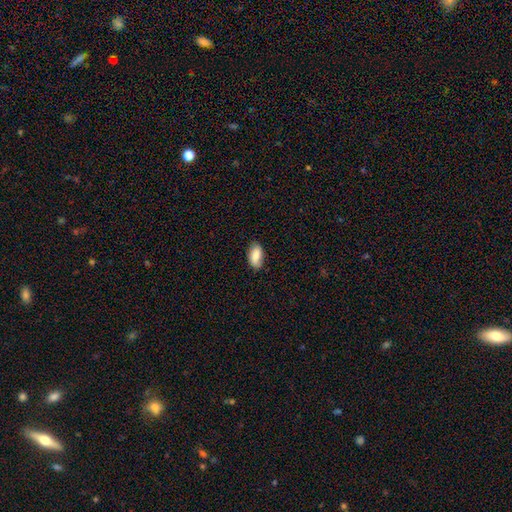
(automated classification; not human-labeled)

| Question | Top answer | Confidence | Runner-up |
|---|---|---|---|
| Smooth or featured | smooth | 81% | featured or disk (13%) |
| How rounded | in between | 93% | cigar-shaped (4%) |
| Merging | none | 82% | minor disturbance (14%) |